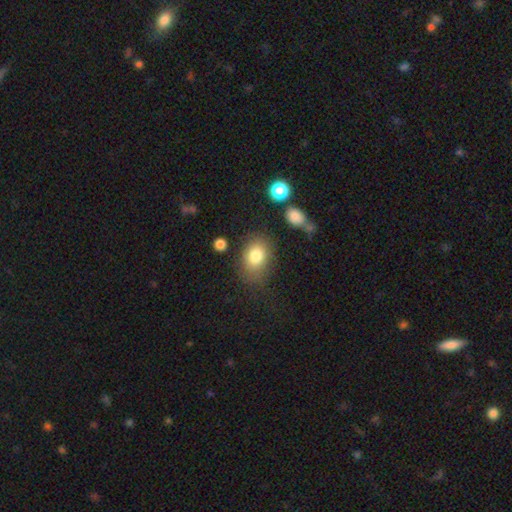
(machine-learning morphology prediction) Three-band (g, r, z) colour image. It shows a smooth galaxy with no disk features (81%) that is in between round and cigar-shaped (71%). Merging: none (67%).